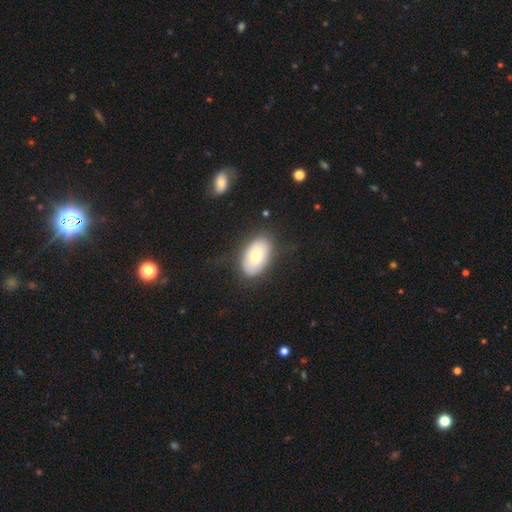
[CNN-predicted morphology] smooth_or_featured: smooth (p=0.69) [alt: featured or disk p=0.25]
how_rounded: in between (p=0.92) [alt: round p=0.07]
merging: none (p=0.76) [alt: minor disturbance p=0.16]